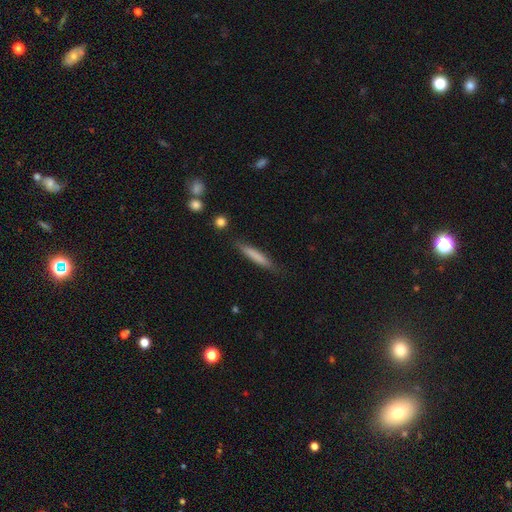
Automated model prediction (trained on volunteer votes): smooth_or_featured: smooth (p=0.73) [alt: featured or disk p=0.21]
how_rounded: cigar-shaped (p=0.93) [alt: in between p=0.06]
merging: none (p=0.83) [alt: minor disturbance p=0.12]